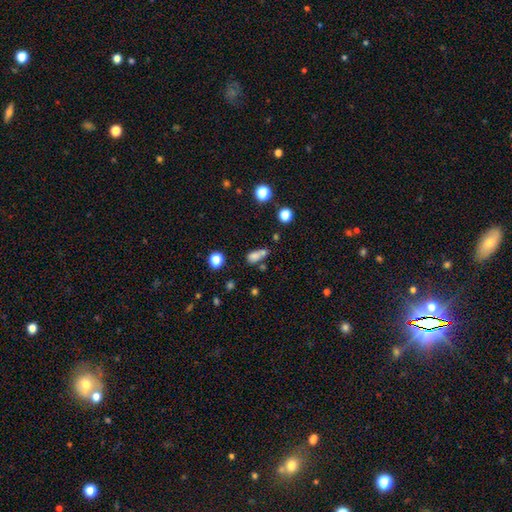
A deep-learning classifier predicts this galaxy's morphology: This is likely a smooth galaxy (74%). How rounded: likely in between (73%). Merging: marginally none (37%).